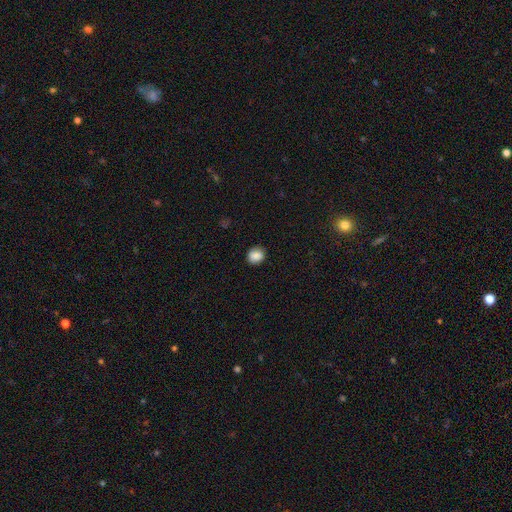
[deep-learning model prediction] This appears to be a smooth galaxy with no disk features (87%) that is round (68%). Merging: none (83%).